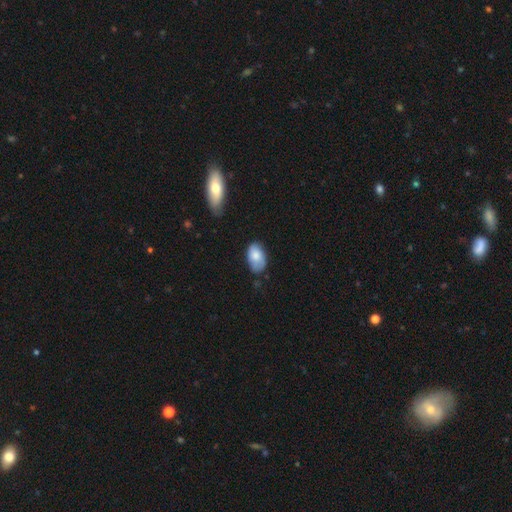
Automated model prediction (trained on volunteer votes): Smooth or featured?
  - smooth: 78% *
  - featured or disk: 15%
  - star or artifact: 7%
How rounded?
  - in between: 92% *
  - round: 6%
  - cigar-shaped: 1%
Merging?
  - none: 60% *
  - minor disturbance: 31%
  - major disturbance: 6%
  - merger: 2%